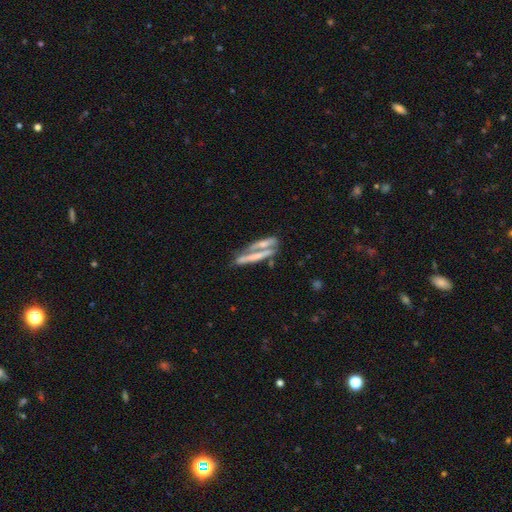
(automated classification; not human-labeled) Smooth or featured?
  - featured or disk: 47% *
  - smooth: 44%
  - star or artifact: 10%
Merging?
  - merger: 42% *
  - none: 38%
  - minor disturbance: 12%
  - major disturbance: 8%